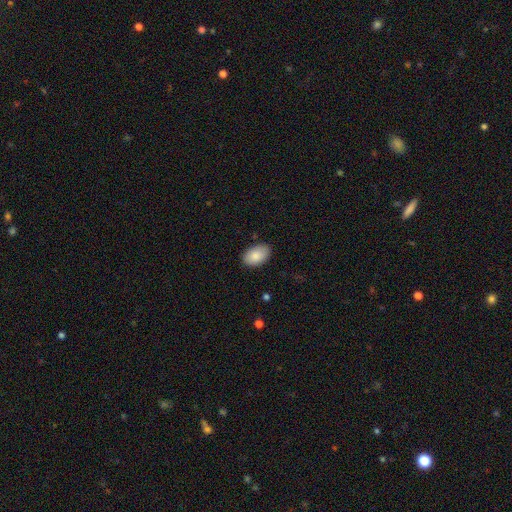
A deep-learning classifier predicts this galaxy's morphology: A smooth galaxy with no disk features (87%) that is in between round and cigar-shaped (93%). Merging: none (86%).